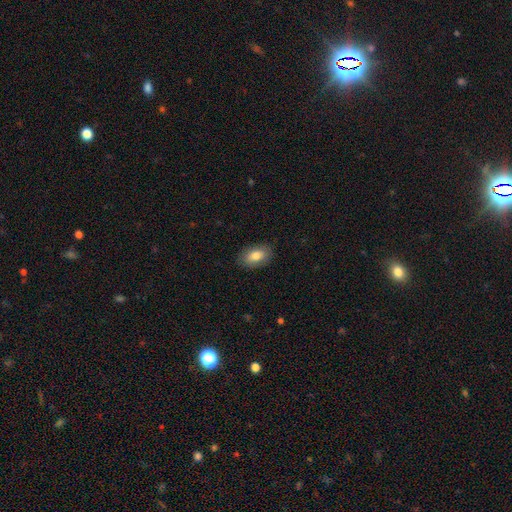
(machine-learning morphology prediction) A smooth galaxy with no disk features (80%) that is in between round and cigar-shaped (91%).

Vote fractions:
- Smooth or featured? smooth: 80% / featured or disk: 13% / star or artifact: 7%
- How rounded? in between: 91% / round: 8% / cigar-shaped: 2%
- Merging? none: 86% / minor disturbance: 10% / major disturbance: 2% / merger: 1%